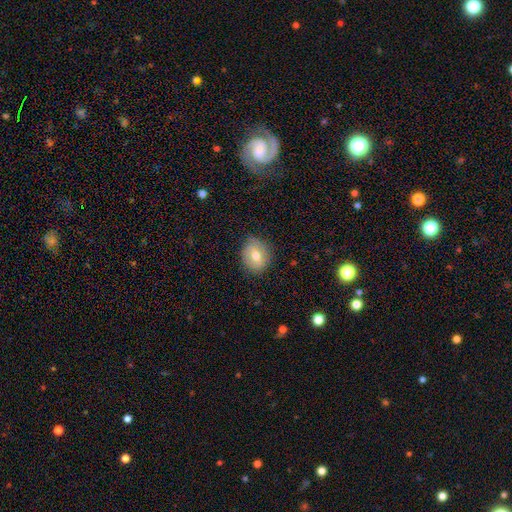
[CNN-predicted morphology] This is likely a smooth galaxy (68%). How rounded: likely round (64%). Merging: likely none (79%).